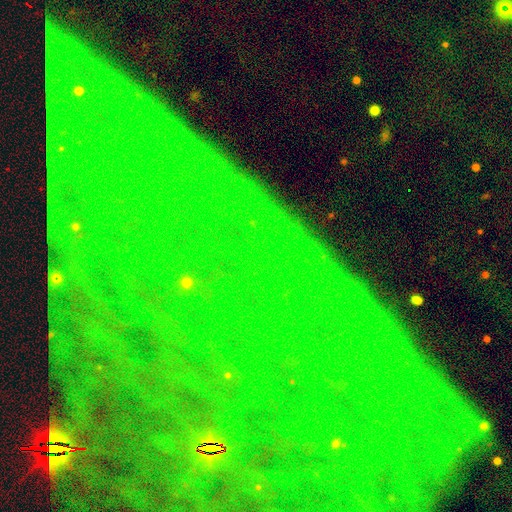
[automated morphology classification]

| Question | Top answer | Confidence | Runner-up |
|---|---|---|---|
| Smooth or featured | star or artifact | 83% | featured or disk (9%) |